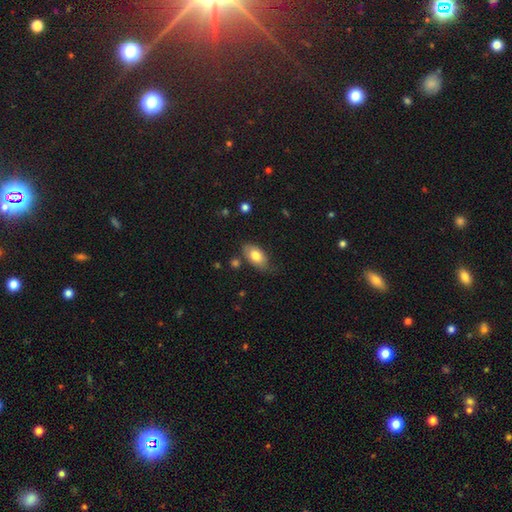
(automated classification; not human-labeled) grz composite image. It shows a smooth galaxy with no disk features (78%) that is in between round and cigar-shaped (92%). Merging: none (69%).